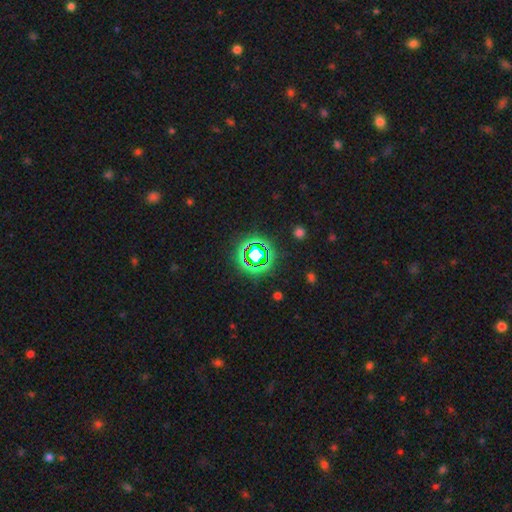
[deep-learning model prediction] star or artifact 73%, smooth 16%, featured or disk 11%.